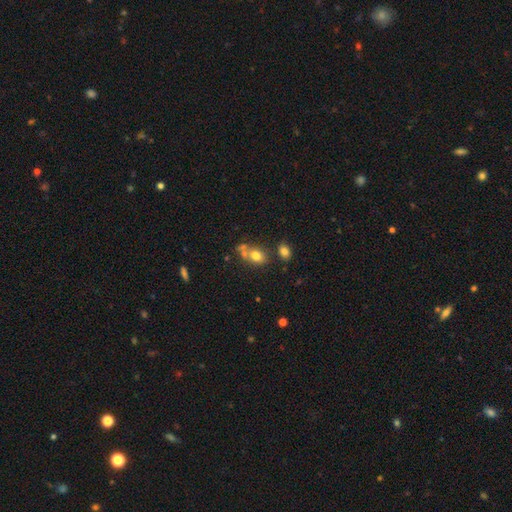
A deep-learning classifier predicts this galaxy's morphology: Smooth or featured? smooth (73%)
How rounded? in between (59%)
Merging? none (41%)